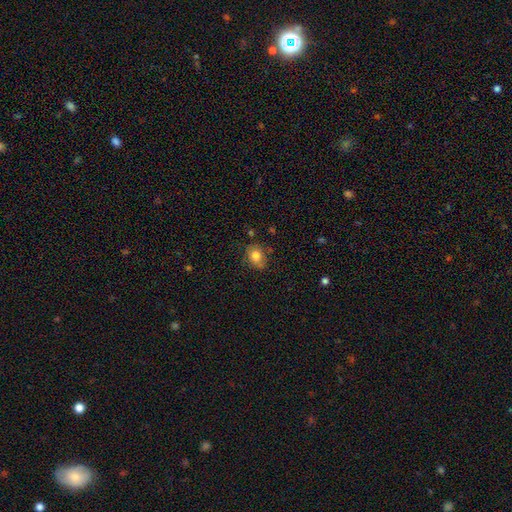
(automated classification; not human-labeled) A smooth galaxy with no disk features (81%) that is in between round and cigar-shaped (59%). Merging: none (72%).